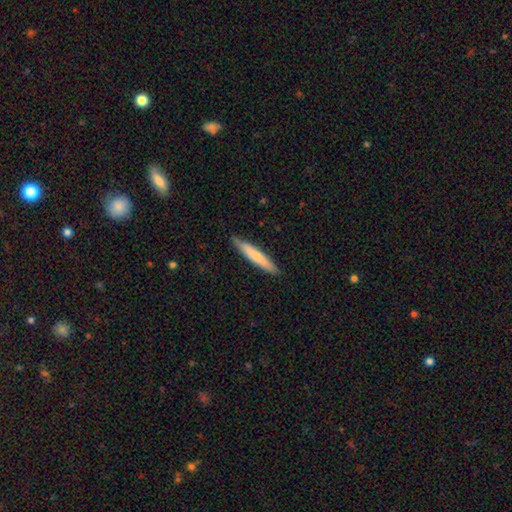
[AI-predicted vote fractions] Q: Smooth or featured?
A: smooth (71%); runner-up: featured or disk (24%)
Q: How rounded?
A: cigar-shaped (94%); runner-up: in between (5%)
Q: Merging?
A: none (87%); runner-up: minor disturbance (10%)